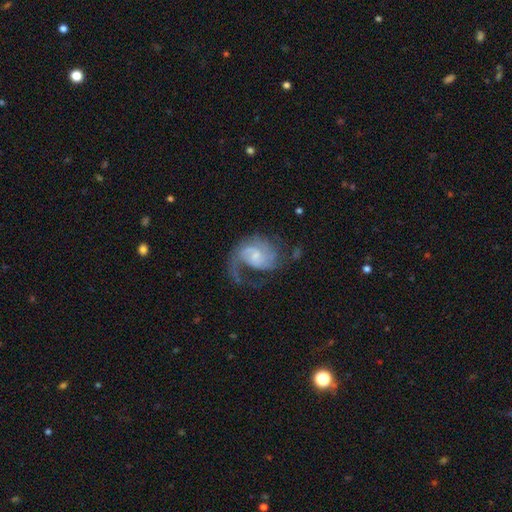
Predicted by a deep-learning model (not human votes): Smooth or featured: featured or disk — 82% (smooth — 12%)
Edge-on disk: no — 98% (yes — 2%)
Bar: no — 55% (weak — 40%)
Spiral arms: yes — 93% (no — 7%)
Spiral winding: medium — 42% (loose — 37%)
Spiral arm count: 1 — 42% (2 — 32%)
Bulge size: small — 55% (moderate — 28%)
Merging: major disturbance — 40% (none — 39%)